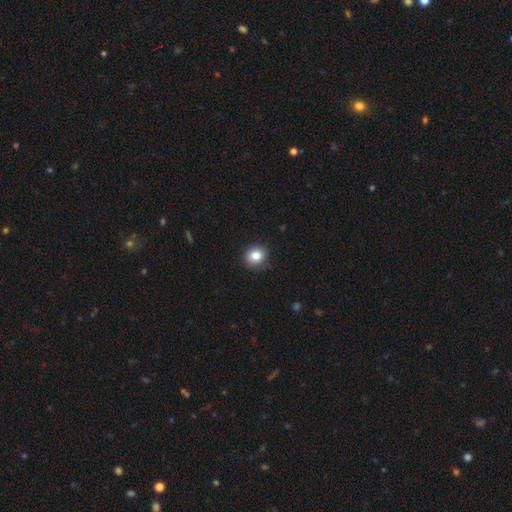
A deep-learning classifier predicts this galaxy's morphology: Smooth or featured?
  - smooth: 83% *
  - star or artifact: 10%
  - featured or disk: 6%
How rounded?
  - round: 82% *
  - in between: 18%
  - cigar-shaped: 1%
Merging?
  - none: 90% *
  - minor disturbance: 7%
  - major disturbance: 2%
  - merger: 1%